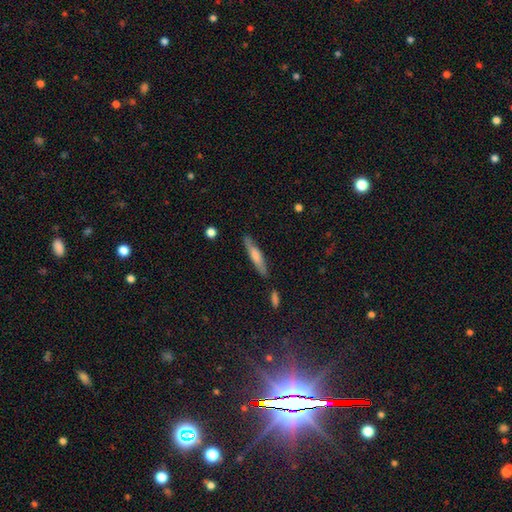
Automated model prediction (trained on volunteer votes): Smooth or featured?
  - smooth: 60% *
  - featured or disk: 34%
  - star or artifact: 6%
How rounded?
  - cigar-shaped: 87% *
  - in between: 11%
  - round: 2%
Merging?
  - none: 82% *
  - minor disturbance: 12%
  - merger: 3%
  - major disturbance: 2%